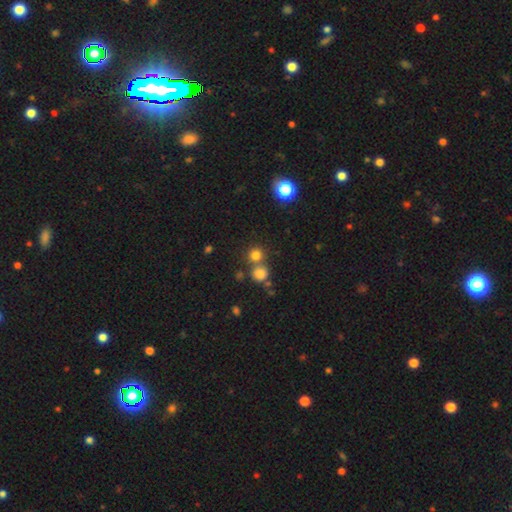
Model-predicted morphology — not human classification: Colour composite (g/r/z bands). It shows a smooth galaxy with no disk features (76%) that is round (90%). Merging: none (63%).